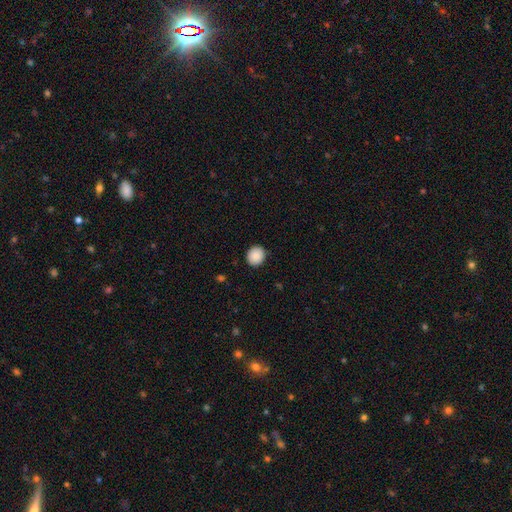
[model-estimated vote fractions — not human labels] A smooth galaxy with no disk features (89%) that is round (82%). Merging: none (90%).